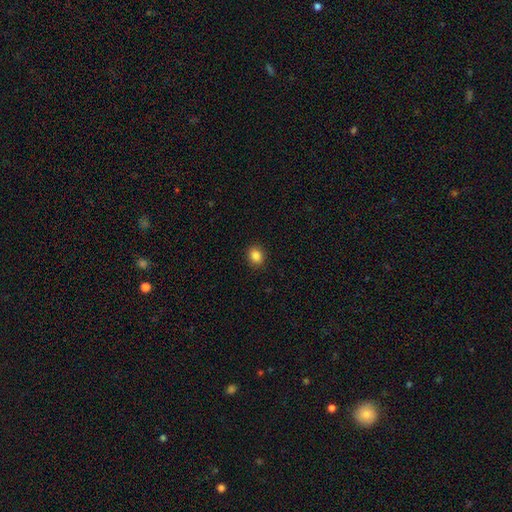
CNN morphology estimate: A smooth galaxy with no disk features (85%) that is round (59%).

Vote fractions:
- Smooth or featured? smooth: 85% / star or artifact: 10% / featured or disk: 4%
- How rounded? round: 59% / in between: 40% / cigar-shaped: 1%
- Merging? none: 90% / minor disturbance: 7% / major disturbance: 2% / merger: 1%